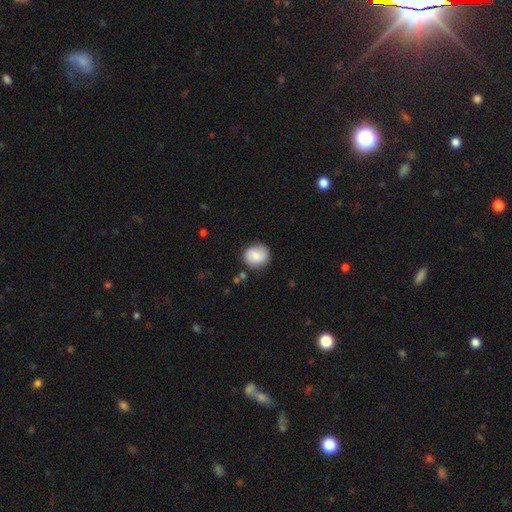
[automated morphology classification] smooth 65%, featured or disk 27%, star or artifact 7%. Down the decision tree: how rounded — round (83%); merging — none (81%).